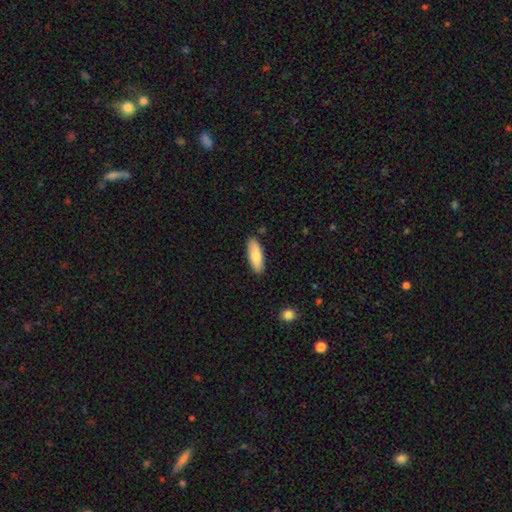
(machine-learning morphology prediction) This is likely a smooth galaxy (77%). How rounded: likely in between (62%). Merging: clearly none (87%).